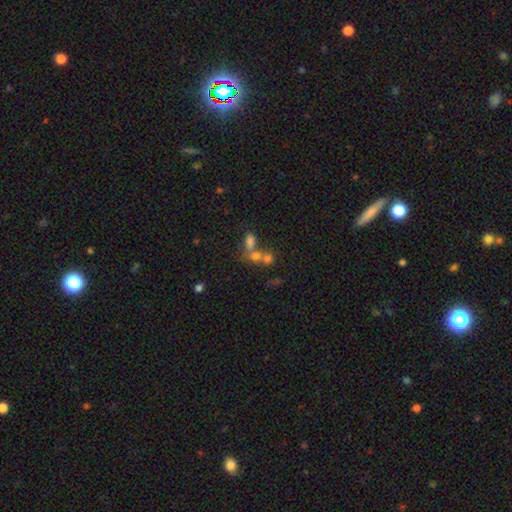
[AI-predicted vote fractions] Smooth or featured? smooth (48%)
Merging? merger (52%)